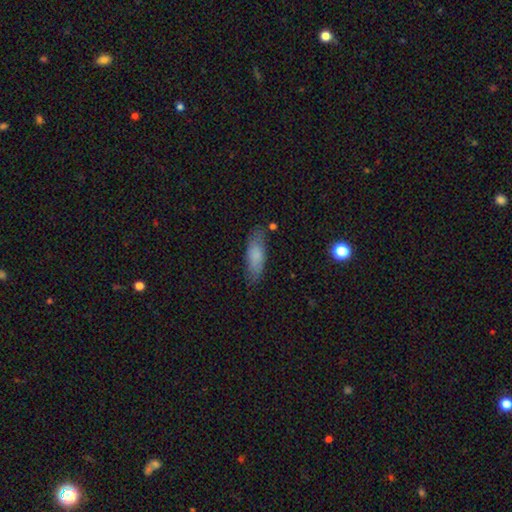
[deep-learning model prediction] smooth 79%, featured or disk 14%, star or artifact 7%. Down the decision tree: how rounded — in between (61%); merging — none (75%).